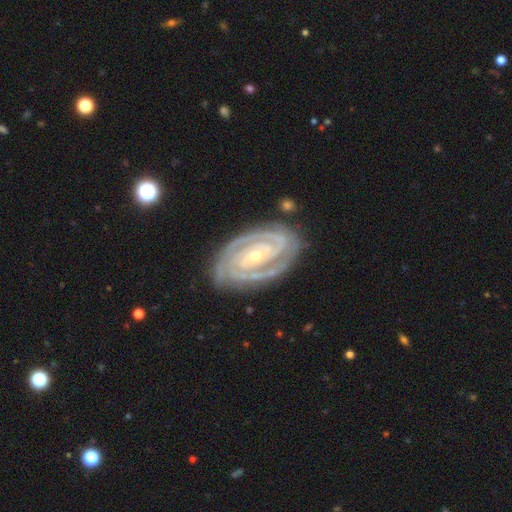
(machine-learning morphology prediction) smooth-or-featured: featured or disk: 93% | star or artifact: 4% | smooth: 3%
  disk-edge-on: no: 97% | yes: 3%
    bar: no: 50% | weak: 27% | strong: 24%
    has-spiral-arms: yes: 99% | no: 1%
      spiral-winding: tight: 83% | medium: 15% | loose: 2%
      spiral-arm-count: 2: 55% | 3: 25% | can't tell: 7% | 4: 6% | more than 4: 4% | 1: 3%
    bulge-size: small: 56% | moderate: 42% | large: 1% | none: 1% | dominant: 1%
  merging: none: 80% | minor disturbance: 14% | major disturbance: 4% | merger: 2%